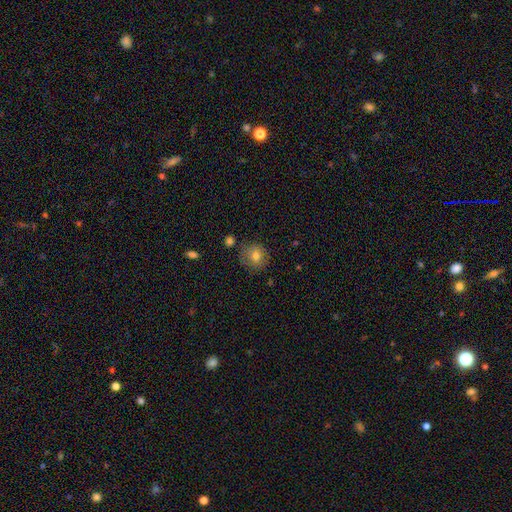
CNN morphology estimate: Smooth or featured? Predicted: smooth (p=0.77). How rounded? Predicted: round (p=0.86). Merging? Predicted: none (p=0.78).